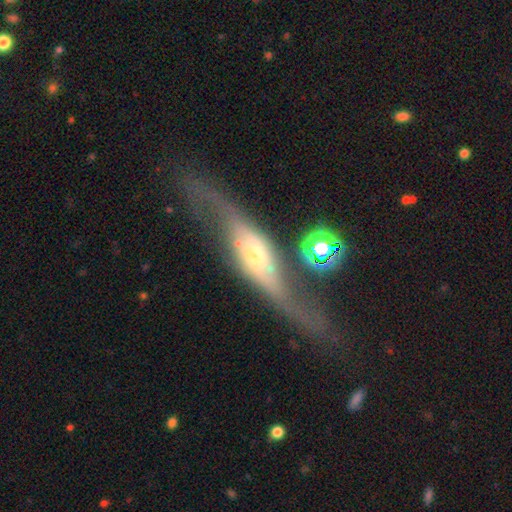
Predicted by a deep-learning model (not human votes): Q: Smooth or featured?
A: featured or disk (75%); runner-up: smooth (17%)
Q: Edge-on disk?
A: yes (61%); runner-up: no (39%)
Q: Merging?
A: none (49%); runner-up: major disturbance (24%)